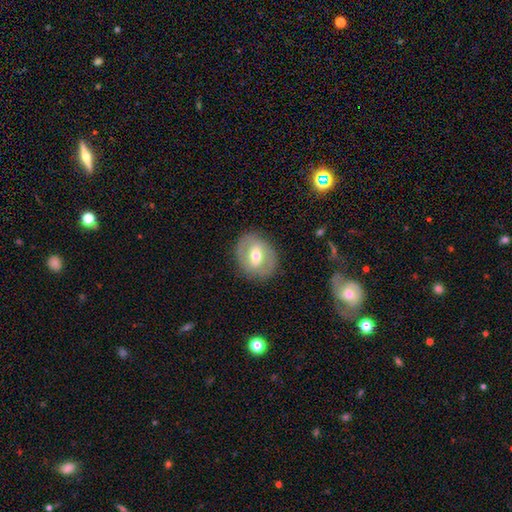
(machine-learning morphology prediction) featured or disk 55%, smooth 39%, star or artifact 7%. Down the decision tree: edge-on disk — no (93%); bar — weak (42%); spiral arms — no (62%); bulge size — moderate (71%); merging — none (84%).